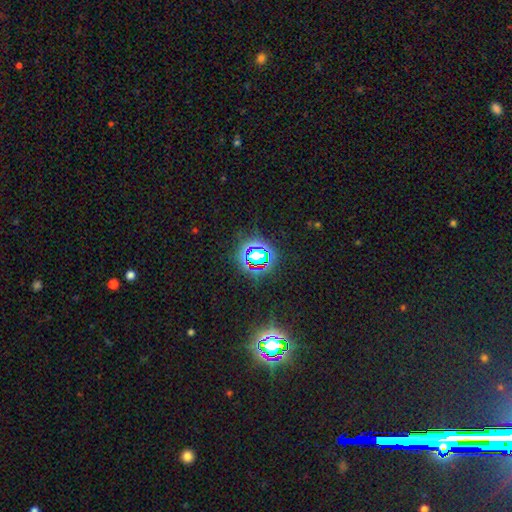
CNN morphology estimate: A star or artifact, not a galaxy (69%).